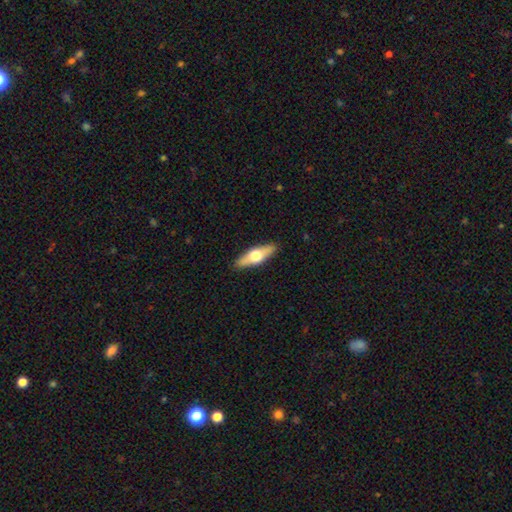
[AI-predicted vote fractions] Overall: featured or disk (48%; smooth 47%). Merging: none (89%).